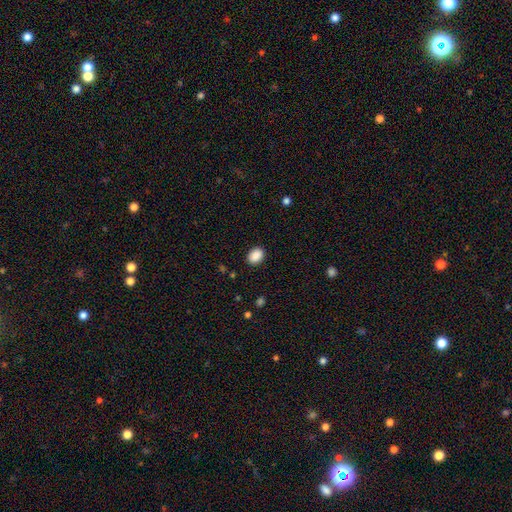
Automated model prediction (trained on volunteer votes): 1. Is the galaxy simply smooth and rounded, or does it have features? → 89% smooth, 8% star or artifact, 3% featured or disk.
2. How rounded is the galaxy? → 68% in between, 31% round, 1% cigar-shaped.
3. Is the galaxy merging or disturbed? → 89% none, 8% minor disturbance, 2% major disturbance, 1% merger.